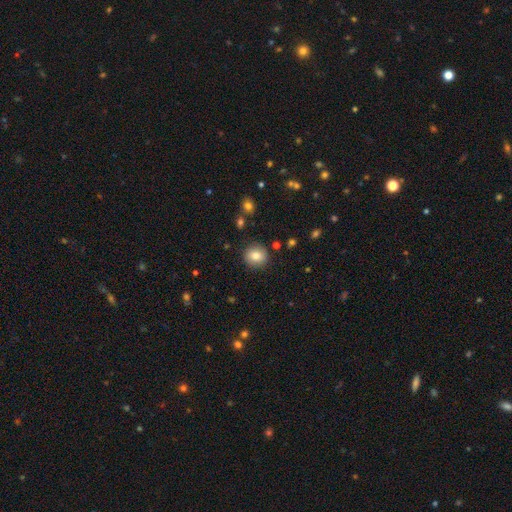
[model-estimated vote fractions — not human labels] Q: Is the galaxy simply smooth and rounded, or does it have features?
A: smooth — 83%.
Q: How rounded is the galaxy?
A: round — 84%.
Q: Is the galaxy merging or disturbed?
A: none — 88%.